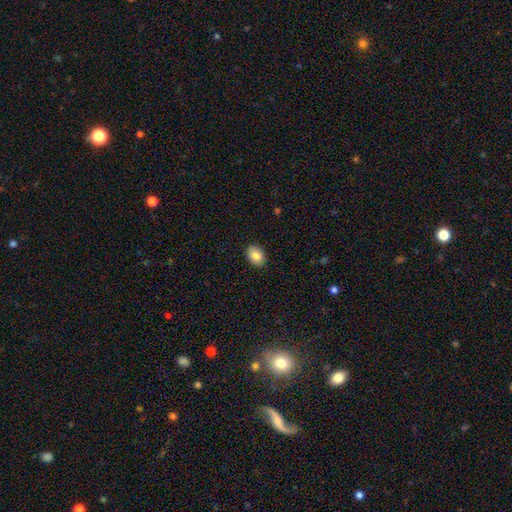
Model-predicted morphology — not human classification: Q: Smooth or featured?
A: smooth (84%); runner-up: featured or disk (8%)
Q: How rounded?
A: in between (71%); runner-up: round (28%)
Q: Merging?
A: none (89%); runner-up: minor disturbance (8%)